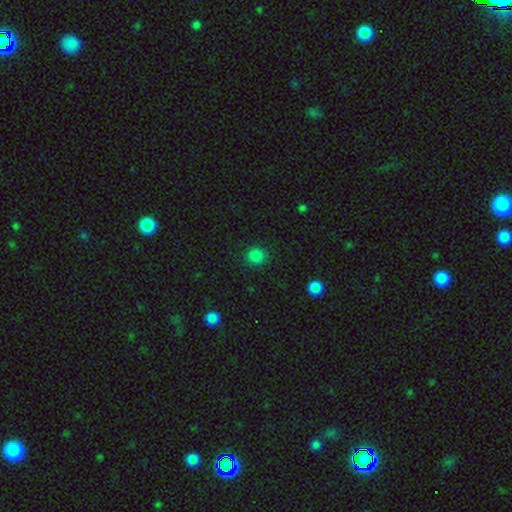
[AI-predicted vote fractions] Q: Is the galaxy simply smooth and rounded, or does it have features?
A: smooth — 84%.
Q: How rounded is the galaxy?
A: round — 87%.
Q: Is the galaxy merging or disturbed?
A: none — 89%.